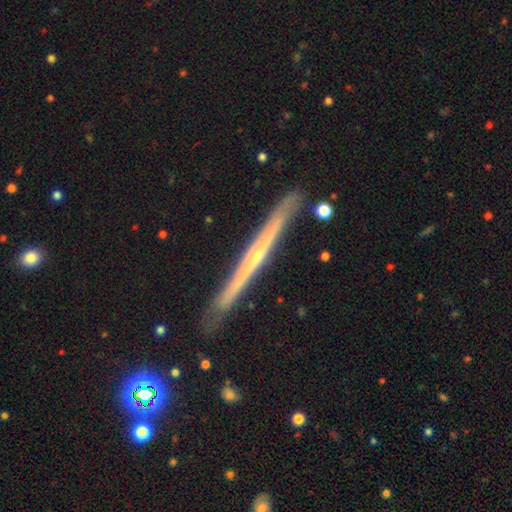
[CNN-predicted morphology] featured or disk 74%, smooth 19%, star or artifact 6%. Down the decision tree: edge-on disk — yes (97%); edge-on bulge — none (52%); merging — none (87%).